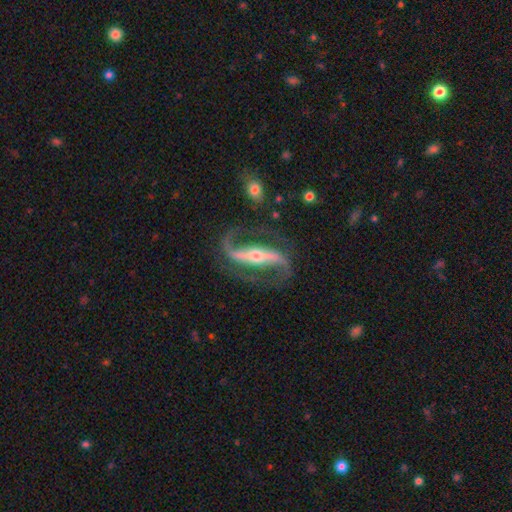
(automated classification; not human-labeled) A featured or disk galaxy (92%) with a strong bar (74%), 2 (93%) medium (45%) spiral arms (98%) and a small central bulge (48%). Merging: none (79%).